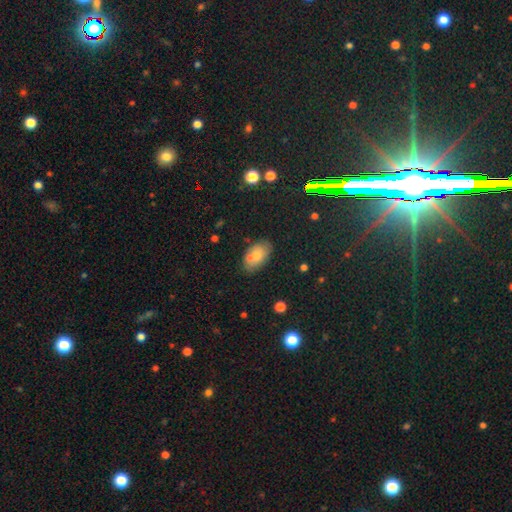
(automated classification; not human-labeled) smooth-or-featured: smooth: 71% | featured or disk: 19% | star or artifact: 10%
  how-rounded: in between: 90% | round: 8% | cigar-shaped: 2%
  merging: none: 66% | merger: 16% | minor disturbance: 15% | major disturbance: 4%